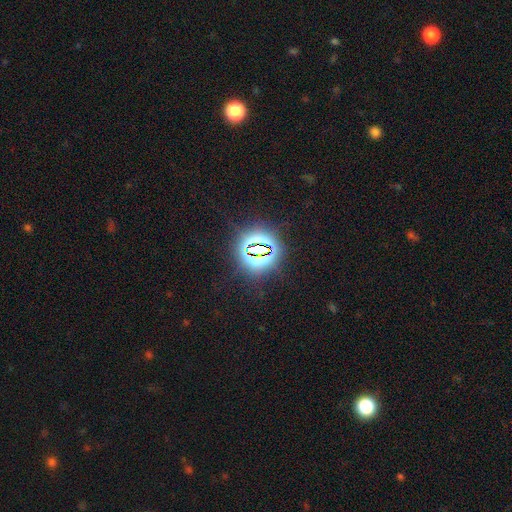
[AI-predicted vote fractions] A star or artifact, not a galaxy (78%).

Vote fractions:
- Smooth or featured? star or artifact: 78% / smooth: 14% / featured or disk: 8%